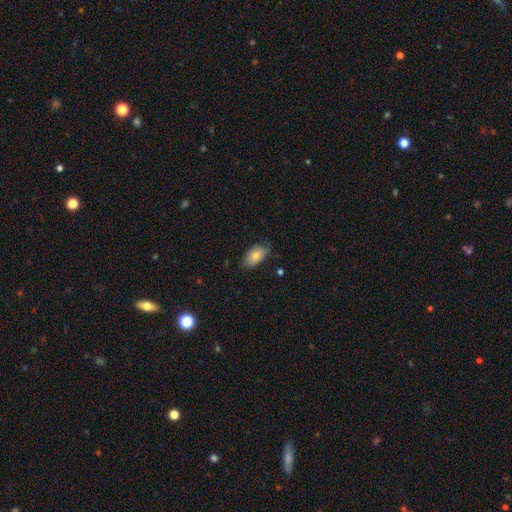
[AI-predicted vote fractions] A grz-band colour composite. It shows a smooth galaxy with no disk features (81%) that is in between round and cigar-shaped (92%). Merging: none (74%).